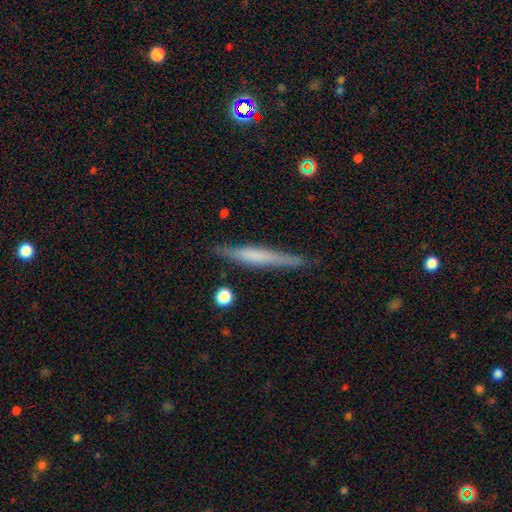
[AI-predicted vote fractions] smooth 48%, featured or disk 46%, star or artifact 6%. Down the decision tree: merging — none (82%).